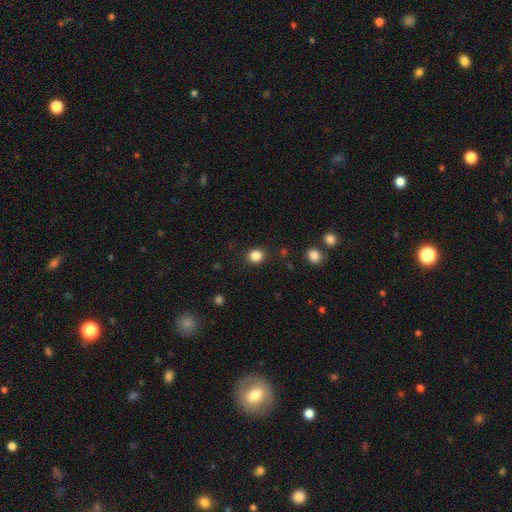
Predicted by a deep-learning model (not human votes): Morphology: type=smooth (85%); roundness=round (81%); merging=none (89%).